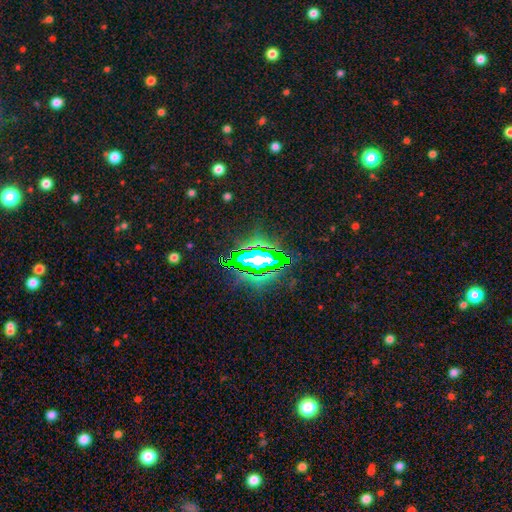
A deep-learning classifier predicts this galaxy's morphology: Overall: star or artifact (75%).